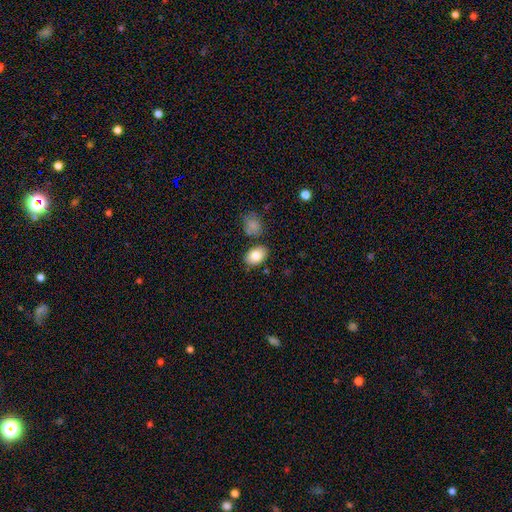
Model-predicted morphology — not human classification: Q: Smooth or featured?
A: smooth (83%); runner-up: featured or disk (10%)
Q: How rounded?
A: in between (86%); runner-up: round (13%)
Q: Merging?
A: none (80%); runner-up: minor disturbance (11%)